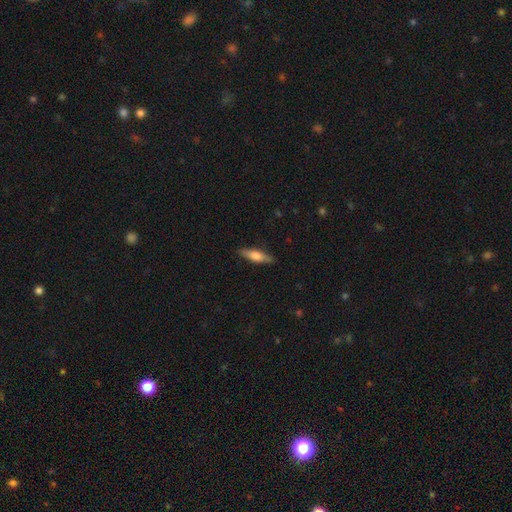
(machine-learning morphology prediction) This appears to be a smooth galaxy with no disk features (57%) that is cigar-shaped (62%). Merging: none (86%).